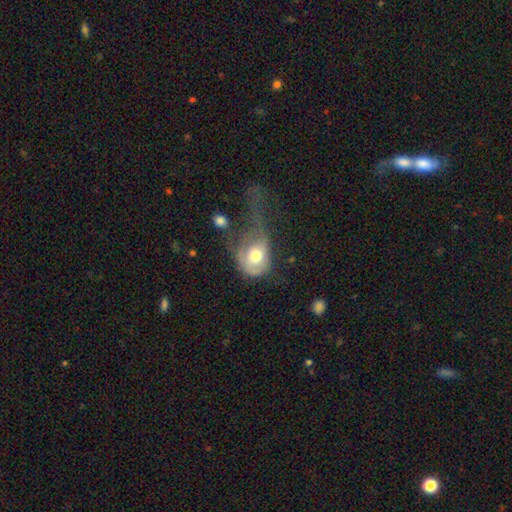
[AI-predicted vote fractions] Overall: smooth (60%; featured or disk 33%). How rounded: in between (51%; round 48%). Merging: major disturbance (60%).